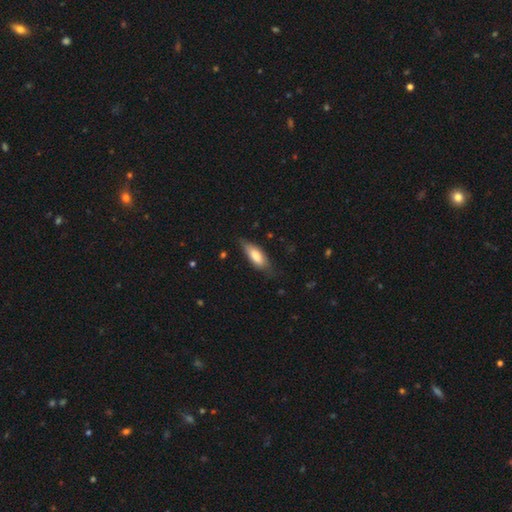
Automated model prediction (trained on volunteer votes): This appears to be a smooth galaxy with no disk features (75%) that is in between round and cigar-shaped (69%). Merging: none (69%).